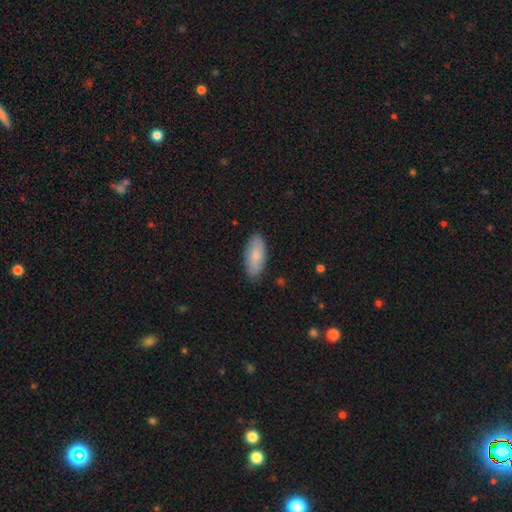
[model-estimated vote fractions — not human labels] Smooth or featured?
  - smooth: 78% *
  - featured or disk: 17%
  - star or artifact: 6%
How rounded?
  - in between: 88% *
  - cigar-shaped: 10%
  - round: 2%
Merging?
  - none: 85% *
  - minor disturbance: 12%
  - major disturbance: 2%
  - merger: 1%